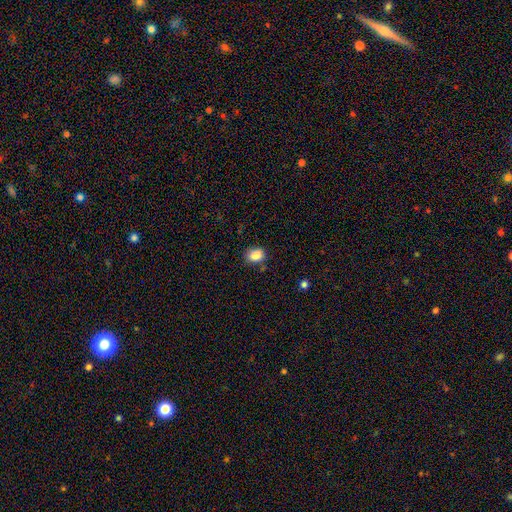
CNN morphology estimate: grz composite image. It shows a smooth galaxy with no disk features (86%) that is in between round and cigar-shaped (59%). Merging: none (76%).